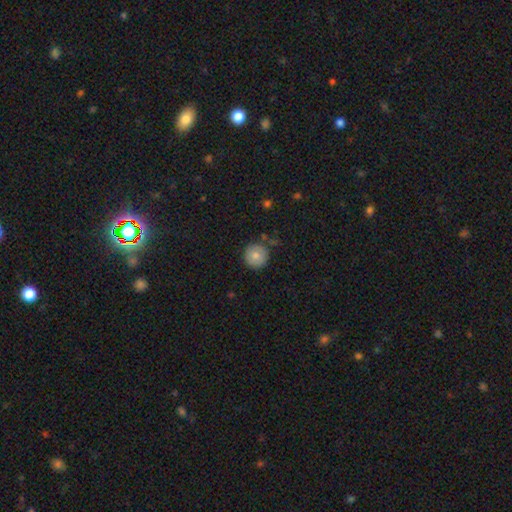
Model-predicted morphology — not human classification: Smooth or featured: smooth — 78% (featured or disk — 13%)
How rounded: round — 96% (in between — 3%)
Merging: none — 83% (minor disturbance — 11%)